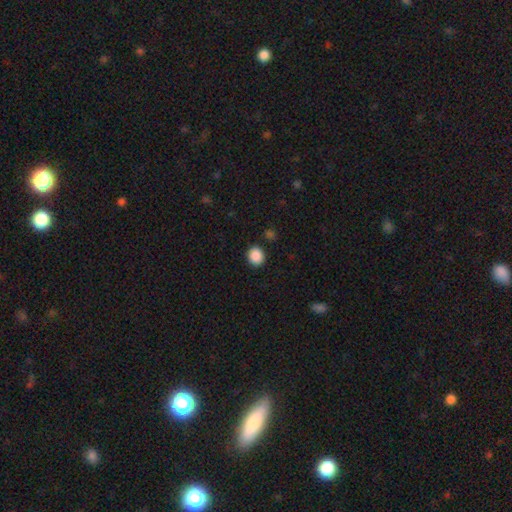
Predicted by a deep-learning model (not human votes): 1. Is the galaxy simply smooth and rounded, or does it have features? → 89% smooth, 9% star or artifact, 2% featured or disk.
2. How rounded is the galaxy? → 73% round, 27% in between, 1% cigar-shaped.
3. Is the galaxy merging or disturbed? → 89% none, 7% minor disturbance, 2% major disturbance, 2% merger.